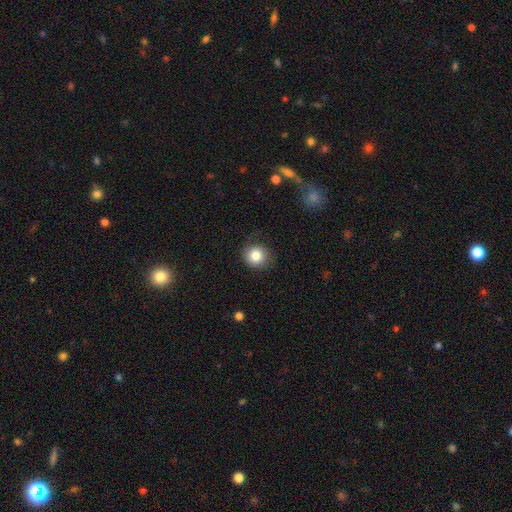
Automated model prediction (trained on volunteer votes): Q: Smooth or featured?
A: smooth (83%); runner-up: star or artifact (10%)
Q: How rounded?
A: round (87%); runner-up: in between (12%)
Q: Merging?
A: none (78%); runner-up: minor disturbance (15%)